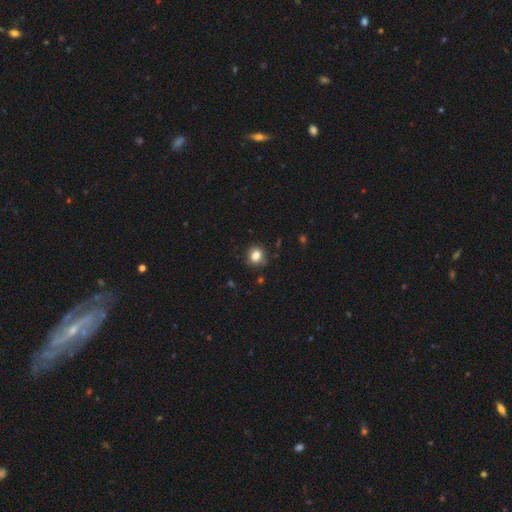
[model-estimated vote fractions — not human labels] Smooth or featured? smooth (82%)
How rounded? round (76%)
Merging? none (85%)